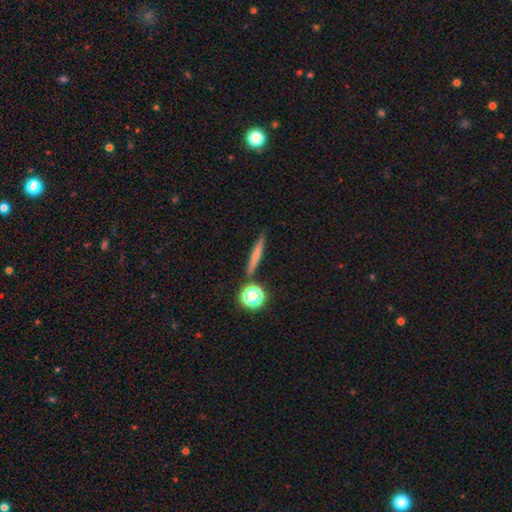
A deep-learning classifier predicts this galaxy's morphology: Smooth or featured? smooth (62%)
How rounded? cigar-shaped (83%)
Merging? none (83%)